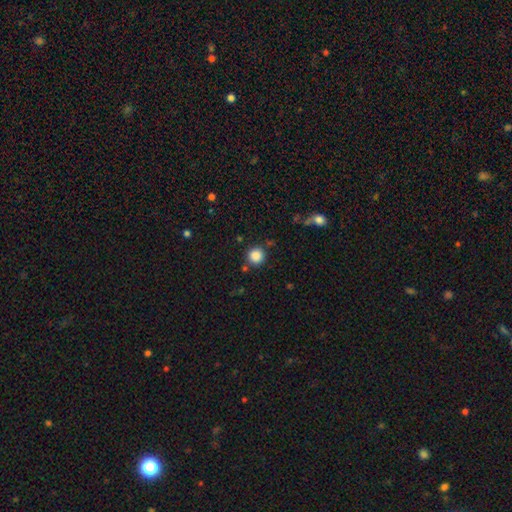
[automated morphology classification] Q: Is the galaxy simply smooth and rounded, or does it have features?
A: smooth — 86%.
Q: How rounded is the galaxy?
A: round — 94%.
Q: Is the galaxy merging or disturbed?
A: none — 84%.